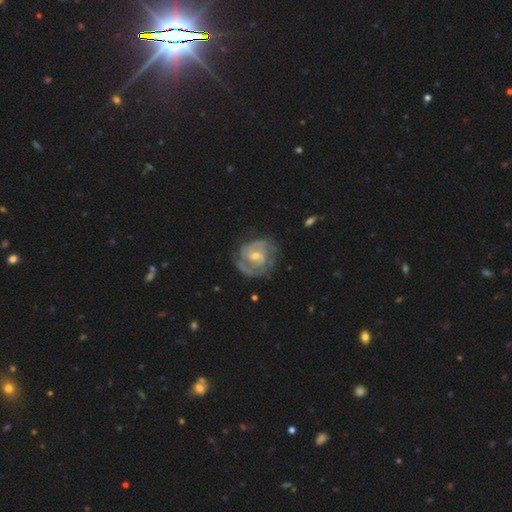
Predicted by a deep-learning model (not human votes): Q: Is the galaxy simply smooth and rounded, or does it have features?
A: featured or disk — 86%.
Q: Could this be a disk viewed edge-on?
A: no — 98%.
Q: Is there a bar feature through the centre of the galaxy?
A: weak — 47%.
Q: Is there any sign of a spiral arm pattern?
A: yes — 95%.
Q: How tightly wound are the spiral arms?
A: tight — 53%.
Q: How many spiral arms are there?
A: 2 — 62%.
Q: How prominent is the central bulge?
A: small — 50%.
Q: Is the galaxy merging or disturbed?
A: none — 69%.